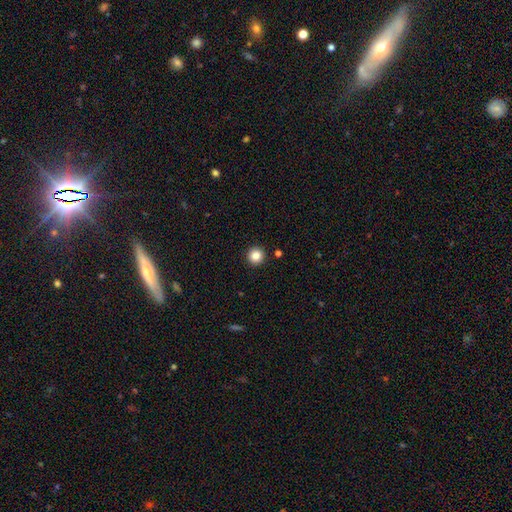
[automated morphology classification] Smooth or featured?
  - smooth: 84% *
  - star or artifact: 11%
  - featured or disk: 5%
How rounded?
  - round: 96% *
  - in between: 3%
  - cigar-shaped: 1%
Merging?
  - none: 92% *
  - minor disturbance: 4%
  - merger: 2%
  - major disturbance: 2%